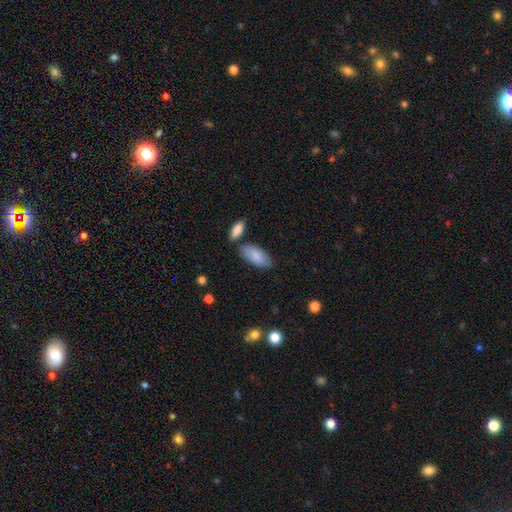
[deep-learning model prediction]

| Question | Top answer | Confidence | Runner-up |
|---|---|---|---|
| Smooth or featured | smooth | 85% | featured or disk (10%) |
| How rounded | in between | 90% | cigar-shaped (8%) |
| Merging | none | 72% | minor disturbance (15%) |